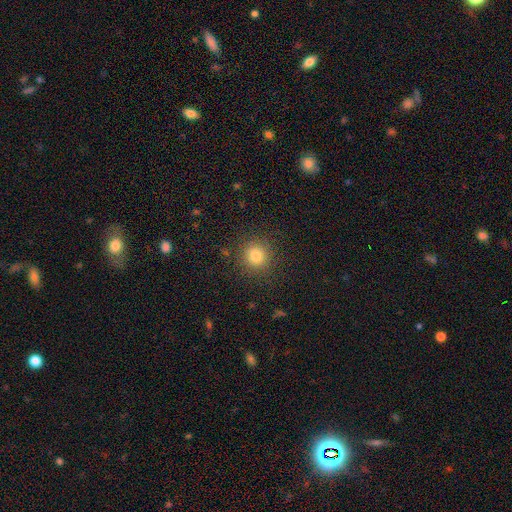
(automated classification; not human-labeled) A smooth galaxy with no disk features (82%) that is round (91%). Merging: none (88%).